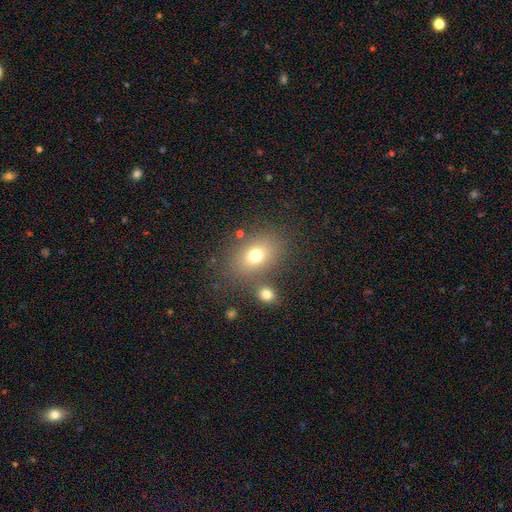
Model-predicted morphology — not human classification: smooth_or_featured: smooth (p=0.72) [alt: star or artifact p=0.14]
how_rounded: in between (p=0.69) [alt: round p=0.30]
merging: none (p=0.70) [alt: merger p=0.13]